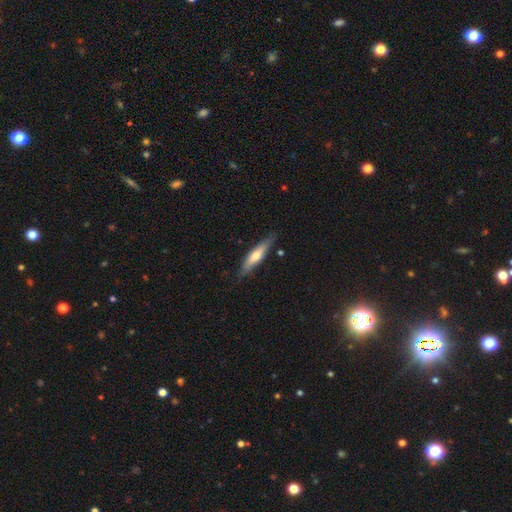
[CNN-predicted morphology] A smooth galaxy with no disk features (52%) that is cigar-shaped (78%). Merging: none (81%).